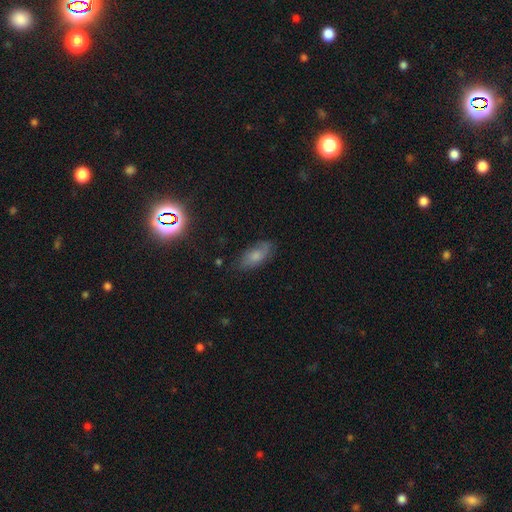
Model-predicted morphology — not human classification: This appears to be a smooth galaxy with no disk features (65%) that is in between round and cigar-shaped (84%). Merging: none (72%).